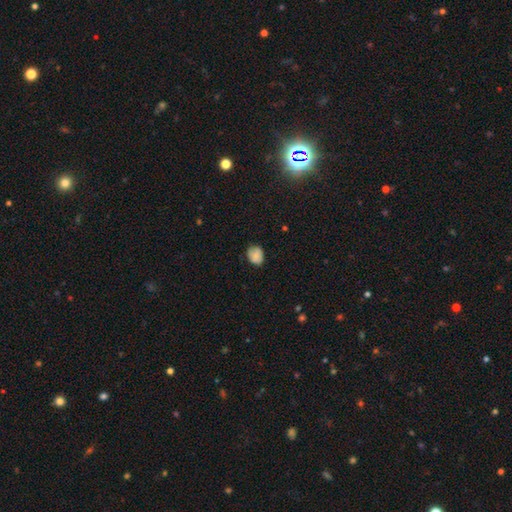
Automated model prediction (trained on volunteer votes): This appears to be a smooth galaxy with no disk features (82%) that is in between round and cigar-shaped (53%). Merging: none (70%).